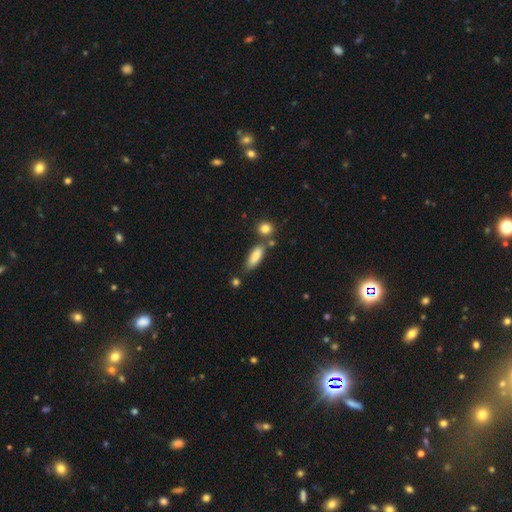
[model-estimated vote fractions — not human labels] Smooth or featured? smooth (79%)
How rounded? in between (55%)
Merging? none (68%)